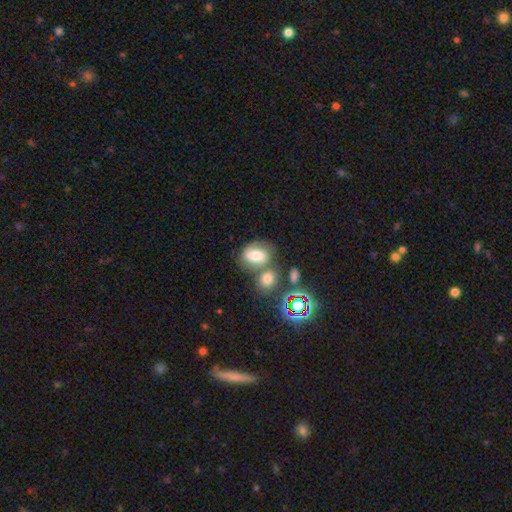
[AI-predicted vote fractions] Smooth or featured?
  - smooth: 61% *
  - featured or disk: 25%
  - star or artifact: 15%
How rounded?
  - in between: 67% *
  - round: 31%
  - cigar-shaped: 2%
Merging?
  - none: 47% *
  - merger: 31%
  - minor disturbance: 15%
  - major disturbance: 7%